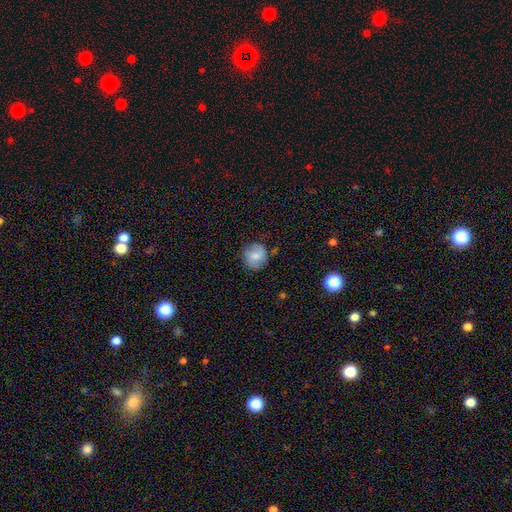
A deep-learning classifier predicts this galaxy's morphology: type=smooth (69%); roundness=round (85%); merging=none (75%).